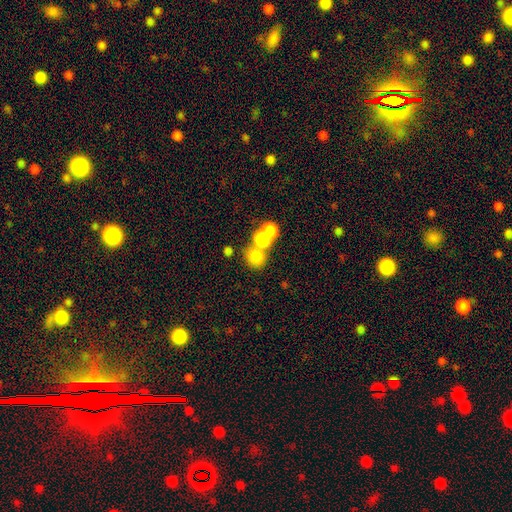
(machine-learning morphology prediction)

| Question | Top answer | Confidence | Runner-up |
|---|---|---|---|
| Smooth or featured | smooth | 74% | star or artifact (14%) |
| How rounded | round | 72% | in between (27%) |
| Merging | merger | 46% | none (43%) |